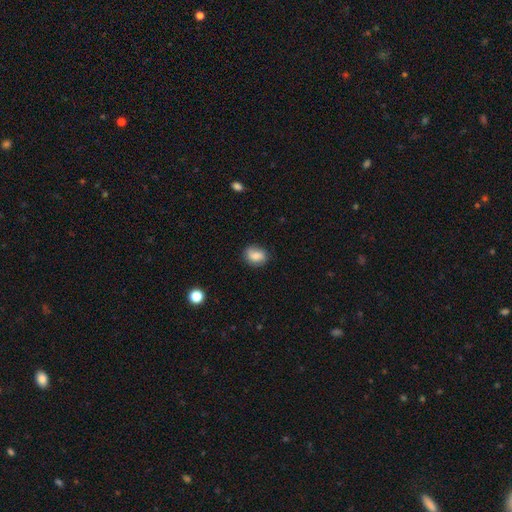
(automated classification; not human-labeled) A smooth galaxy with no disk features (78%) that is in between round and cigar-shaped (52%).

Vote fractions:
- Smooth or featured? smooth: 78% / featured or disk: 13% / star or artifact: 9%
- How rounded? in between: 52% / round: 47% / cigar-shaped: 1%
- Merging? none: 79% / minor disturbance: 16% / major disturbance: 3% / merger: 1%